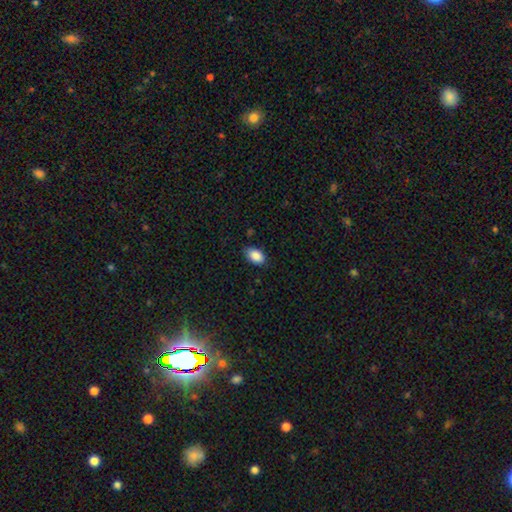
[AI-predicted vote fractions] A smooth galaxy with no disk features (89%) that is in between round and cigar-shaped (91%). Merging: none (81%).